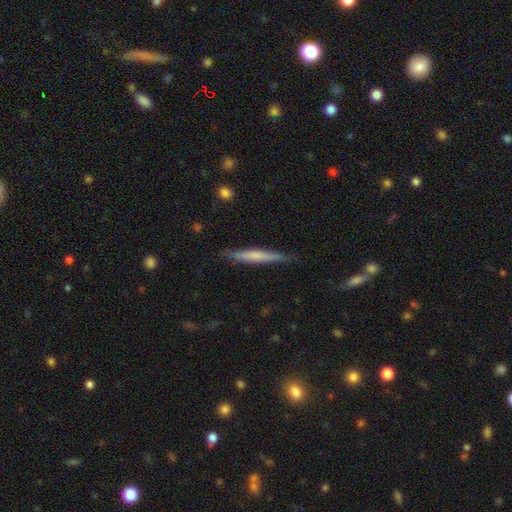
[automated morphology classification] Overall: smooth (50%; featured or disk 44%). How rounded: cigar-shaped (95%). Merging: none (85%).